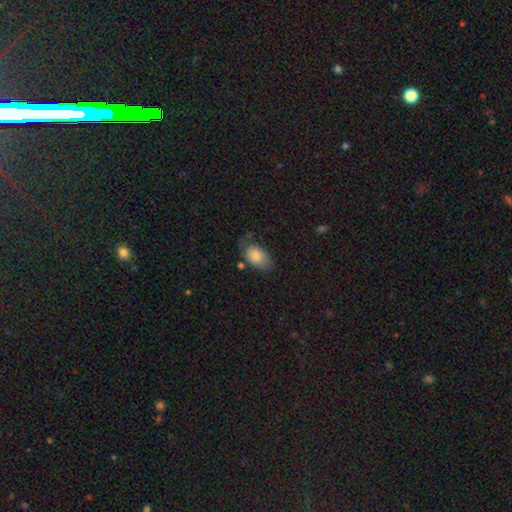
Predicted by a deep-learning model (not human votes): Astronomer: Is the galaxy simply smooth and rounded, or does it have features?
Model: smooth — 81%.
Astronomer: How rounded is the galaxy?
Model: in between — 89%.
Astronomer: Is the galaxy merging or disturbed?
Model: none — 54% (runner-up: minor disturbance, 30%).